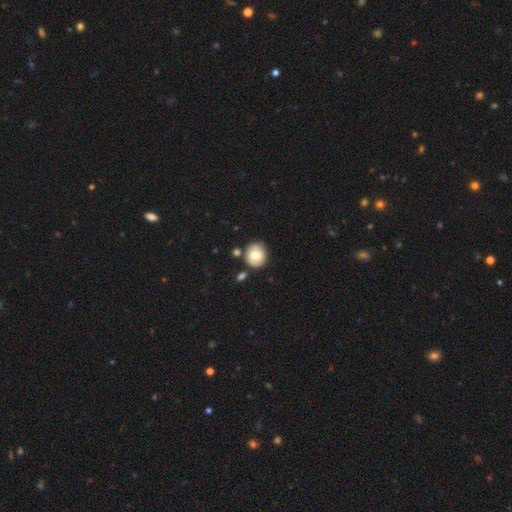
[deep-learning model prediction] Morphology: type=smooth (71%); roundness=round (83%); merging=none (76%).